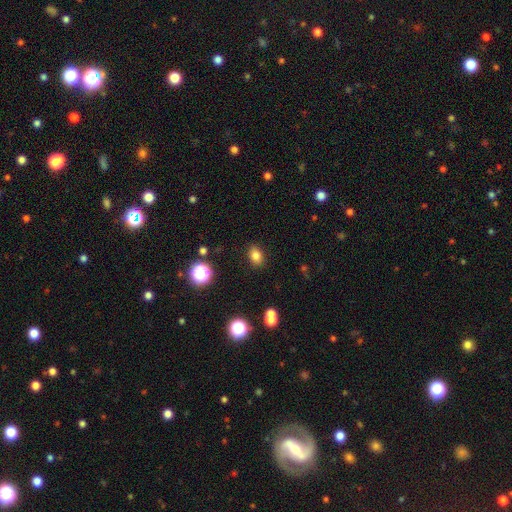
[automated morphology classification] Smooth or featured? Predicted: smooth (p=0.80). How rounded? Predicted: in between (p=0.74). Merging? Predicted: none (p=0.87).